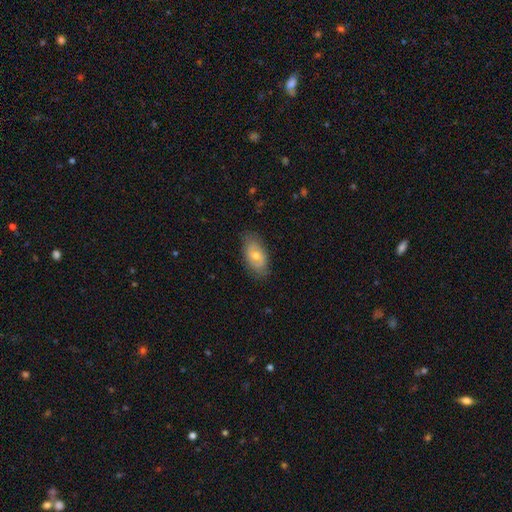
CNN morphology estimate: A smooth galaxy with no disk features (53%) that is in between round and cigar-shaped (91%). Merging: none (78%).